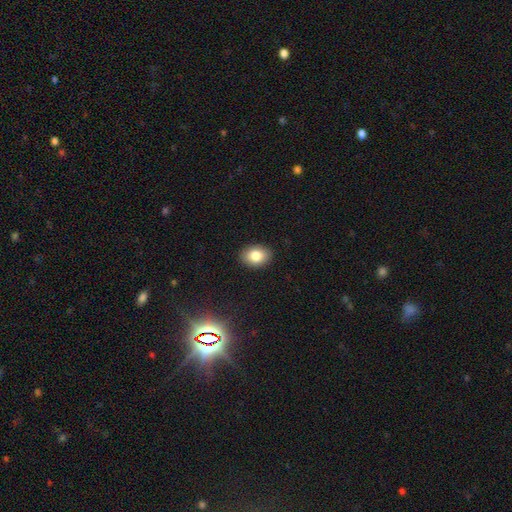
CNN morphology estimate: Smooth or featured: smooth — 82% (featured or disk — 9%)
How rounded: in between — 74% (round — 25%)
Merging: none — 89% (minor disturbance — 8%)